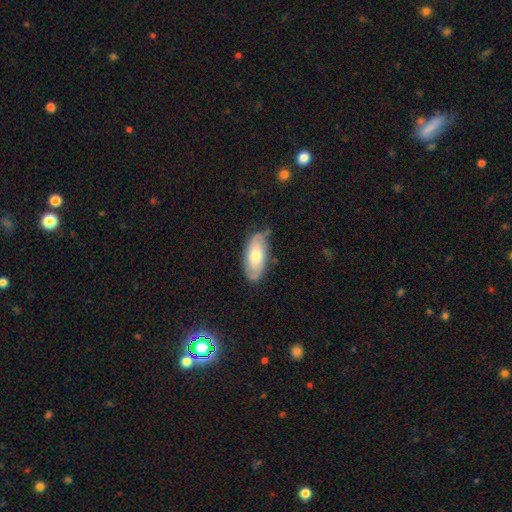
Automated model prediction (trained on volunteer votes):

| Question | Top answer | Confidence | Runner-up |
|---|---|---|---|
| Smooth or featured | featured or disk | 47% | tied: smooth (47%) |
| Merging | none | 74% | minor disturbance (20%) |